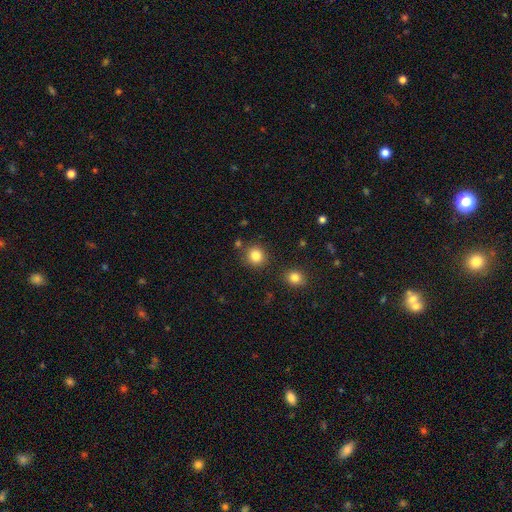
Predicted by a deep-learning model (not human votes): Smooth or featured: smooth — 84% (star or artifact — 11%)
How rounded: round — 90% (in between — 9%)
Merging: none — 84% (minor disturbance — 8%)